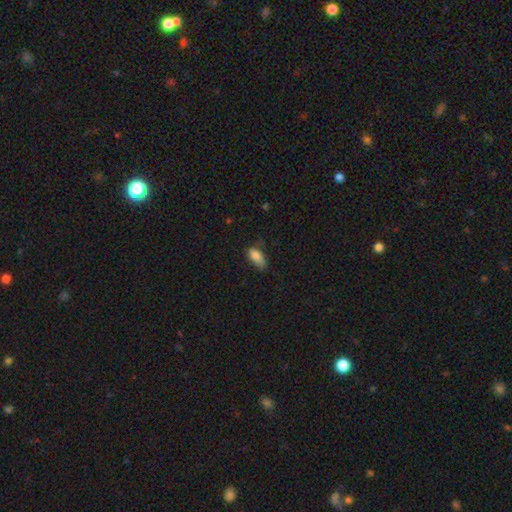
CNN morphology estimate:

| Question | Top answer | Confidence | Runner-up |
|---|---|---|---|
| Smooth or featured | smooth | 83% | featured or disk (9%) |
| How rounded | in between | 86% | cigar-shaped (11%) |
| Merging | none | 48% | minor disturbance (38%) |